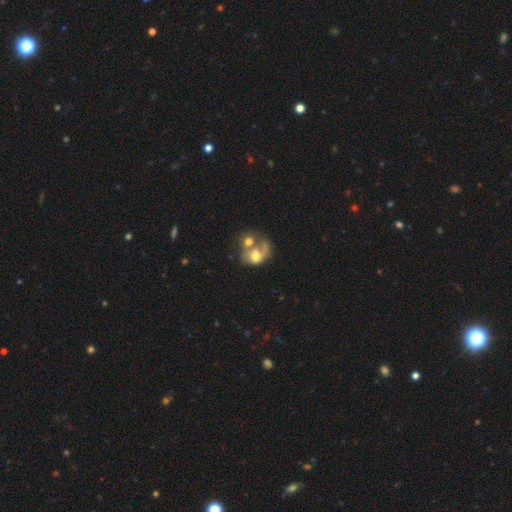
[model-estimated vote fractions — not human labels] Smooth or featured? Predicted: featured or disk (p=0.46). Merging? Predicted: merger (p=0.65).